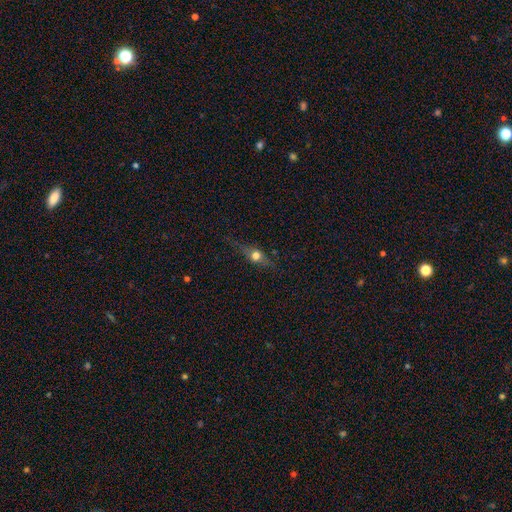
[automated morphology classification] A featured or disk galaxy (48%).

Vote fractions:
- Smooth or featured? featured or disk: 48% / smooth: 40% / star or artifact: 12%
- Merging? none: 77% / minor disturbance: 16% / major disturbance: 6% / merger: 2%